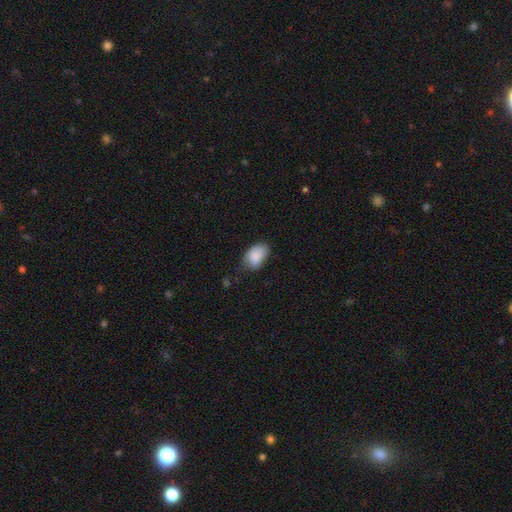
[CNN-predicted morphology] The model was most divided on "merging": none: 58%, minor disturbance: 33%, major disturbance: 7%, merger: 2%. More confident: how rounded — in between (89%); smooth or featured — smooth (87%).